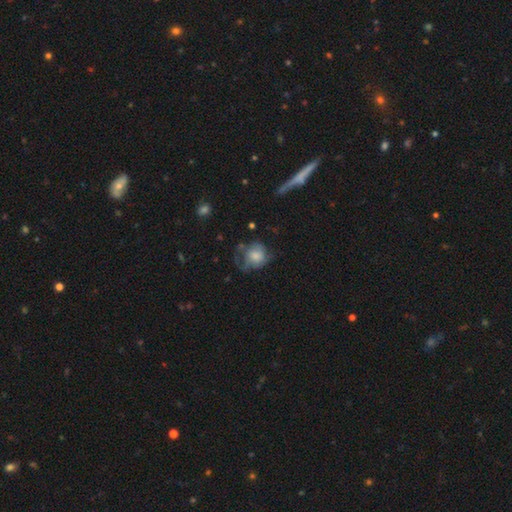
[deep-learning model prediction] Q: Smooth or featured?
A: smooth (60%); runner-up: featured or disk (31%)
Q: How rounded?
A: round (63%); runner-up: in between (36%)
Q: Merging?
A: none (35%); runner-up: major disturbance (33%)